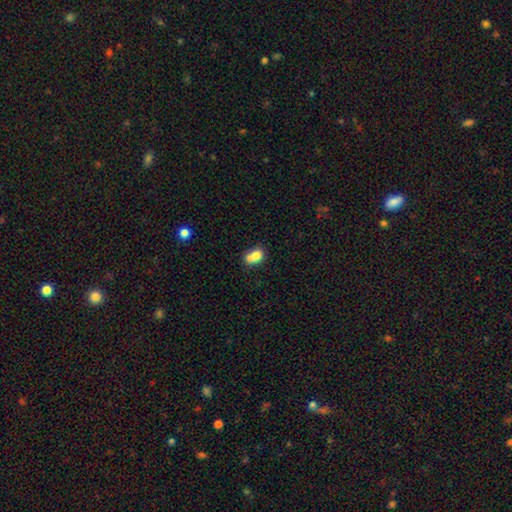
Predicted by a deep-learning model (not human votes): smooth-or-featured: smooth: 74% | featured or disk: 16% | star or artifact: 10%
  how-rounded: in between: 66% | round: 32% | cigar-shaped: 2%
  merging: merger: 48% | none: 32% | minor disturbance: 14% | major disturbance: 6%